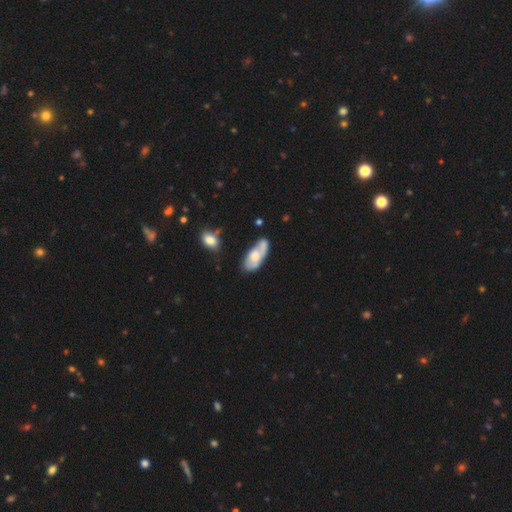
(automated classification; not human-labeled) Morphology: type=smooth (48%); merging=none (44%).